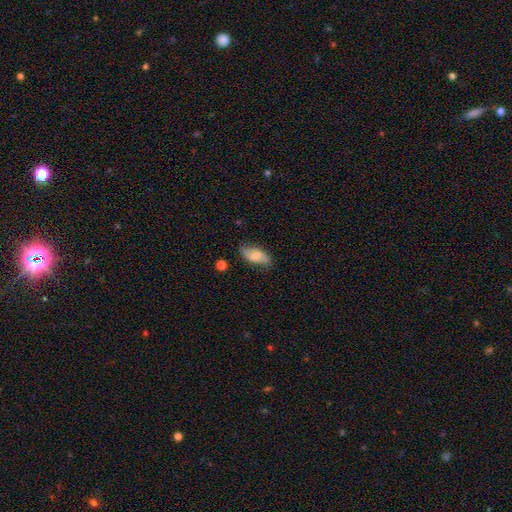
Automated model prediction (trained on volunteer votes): This appears to be a smooth galaxy with no disk features (54%) that is in between round and cigar-shaped (87%). Merging: none (73%).